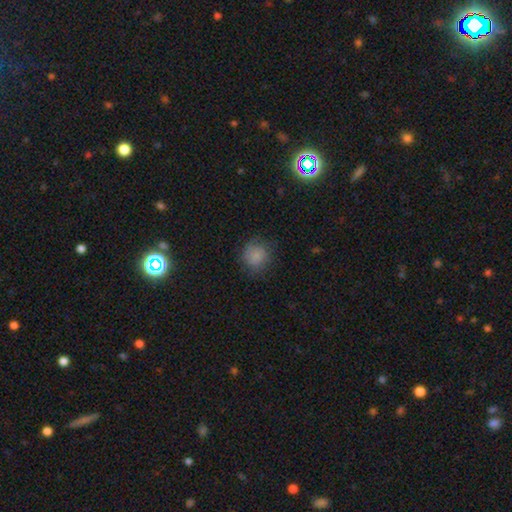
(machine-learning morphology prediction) Smooth or featured: smooth — 80% (star or artifact — 10%)
How rounded: round — 86% (in between — 13%)
Merging: none — 73% (minor disturbance — 18%)